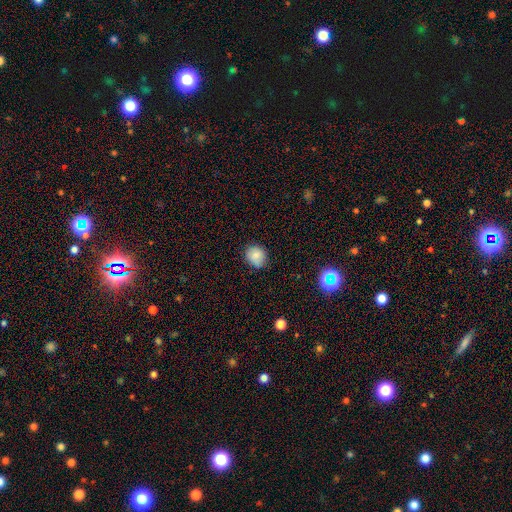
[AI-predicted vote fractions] A smooth galaxy with no disk features (80%) that is round (67%). Merging: none (73%).